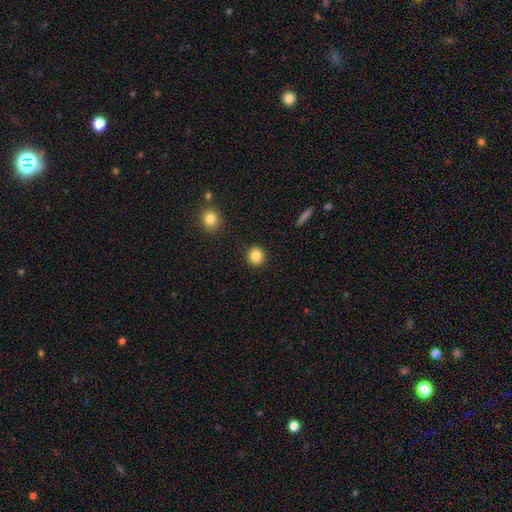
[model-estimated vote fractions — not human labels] This appears to be a smooth galaxy with no disk features (84%) that is round (92%). Merging: none (92%).